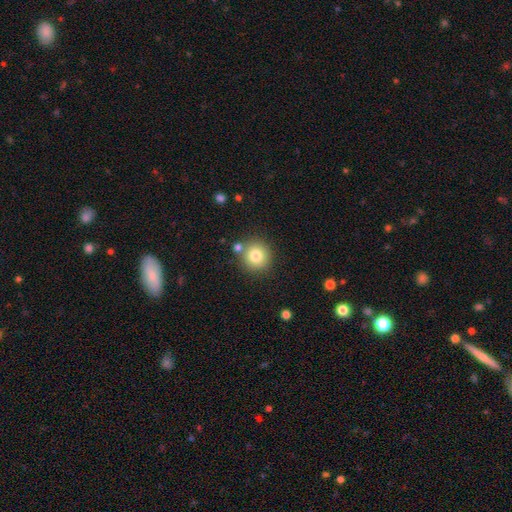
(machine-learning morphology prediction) This appears to be a smooth galaxy with no disk features (80%) that is round (93%). Merging: none (80%).